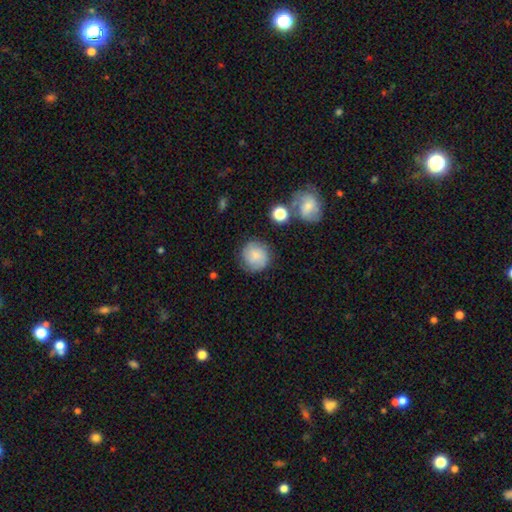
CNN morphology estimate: A smooth galaxy with no disk features (66%) that is round (92%). Merging: none (79%).